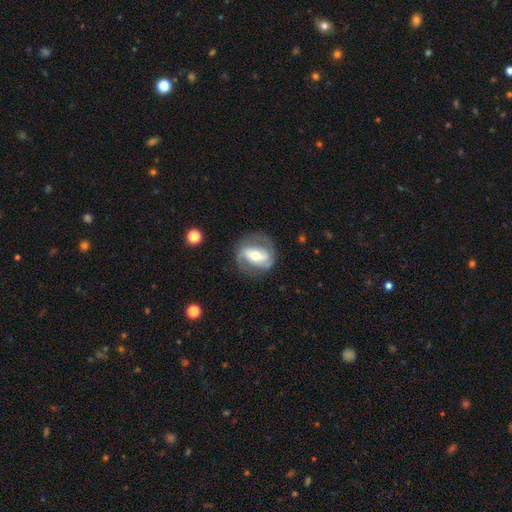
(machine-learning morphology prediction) Smooth or featured? featured or disk (77%)
Edge-on disk? no (95%)
Bar? strong (53%)
Spiral arms? yes (85%)
Spiral winding? medium (46%)
Spiral arm count? 2 (85%)
Bulge size? moderate (61%)
Merging? none (73%)